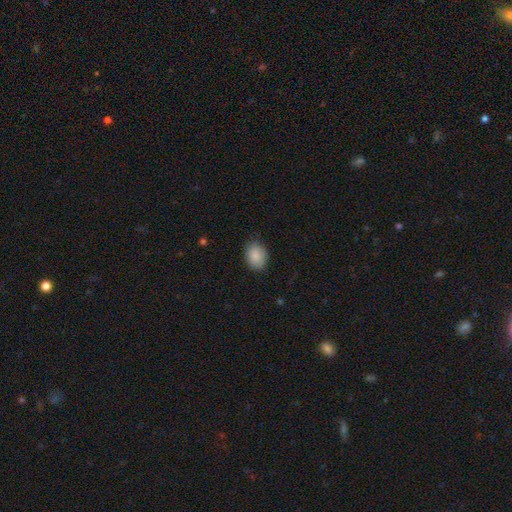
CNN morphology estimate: smooth 89%, star or artifact 7%, featured or disk 5%. Down the decision tree: how rounded — in between (65%); merging — none (81%).